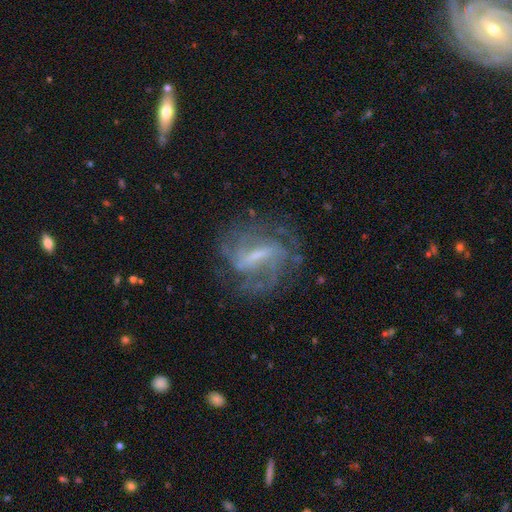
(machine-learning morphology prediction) smooth-or-featured: featured or disk: 84% | smooth: 8% | star or artifact: 8%
  disk-edge-on: no: 95% | yes: 5%
    bar: strong: 50% | weak: 40% | no: 10%
    has-spiral-arms: yes: 92% | no: 8%
      spiral-winding: medium: 45% | tight: 35% | loose: 20%
      spiral-arm-count: 2: 37% | can't tell: 28% | 3: 19% | 4: 7% | 1: 5% | more than 4: 4%
    bulge-size: small: 46% | moderate: 27% | none: 22% | large: 4% | dominant: 1%
  merging: none: 67% | minor disturbance: 17% | major disturbance: 14% | merger: 2%